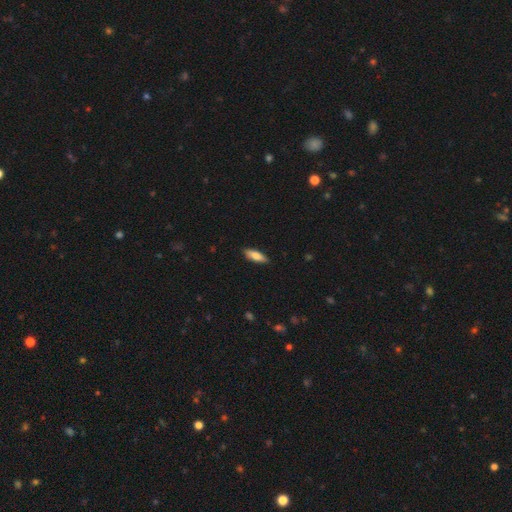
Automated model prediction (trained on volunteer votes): A smooth galaxy with no disk features (77%) that is in between round and cigar-shaped (58%).

Vote fractions:
- Smooth or featured? smooth: 77% / featured or disk: 17% / star or artifact: 6%
- How rounded? in between: 58% / cigar-shaped: 40% / round: 2%
- Merging? none: 88% / minor disturbance: 9% / major disturbance: 2% / merger: 1%